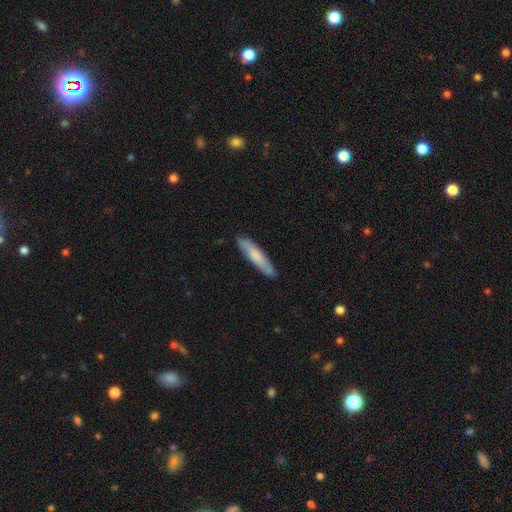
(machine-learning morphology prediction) type=smooth (65%); roundness=cigar-shaped (83%); merging=none (83%).